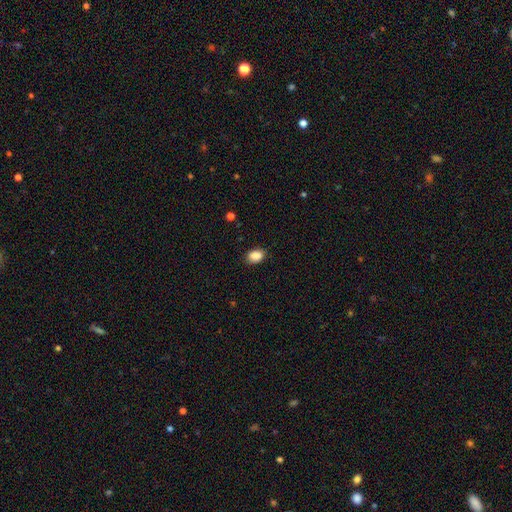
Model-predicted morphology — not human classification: smooth_or_featured: smooth (p=0.88) [alt: star or artifact p=0.09]
how_rounded: in between (p=0.76) [alt: round p=0.23]
merging: none (p=0.84) [alt: minor disturbance p=0.12]